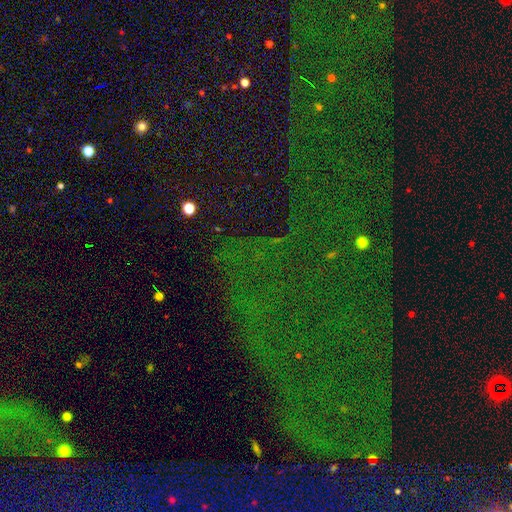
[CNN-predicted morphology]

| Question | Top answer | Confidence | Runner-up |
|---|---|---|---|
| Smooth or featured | star or artifact | 80% | smooth (10%) |